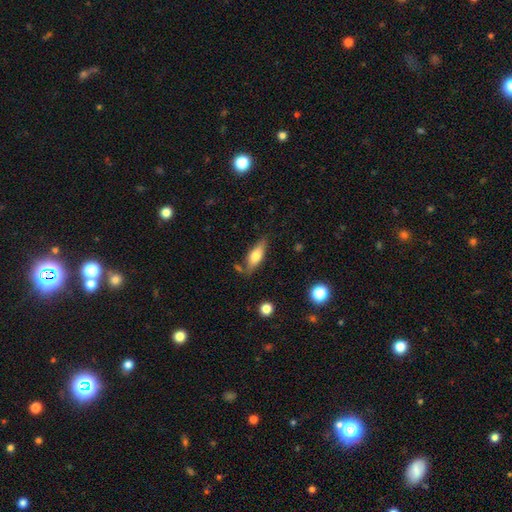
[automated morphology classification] Smooth or featured: smooth — 68% (featured or disk — 25%)
How rounded: in between — 68% (cigar-shaped — 29%)
Merging: none — 67% (minor disturbance — 20%)